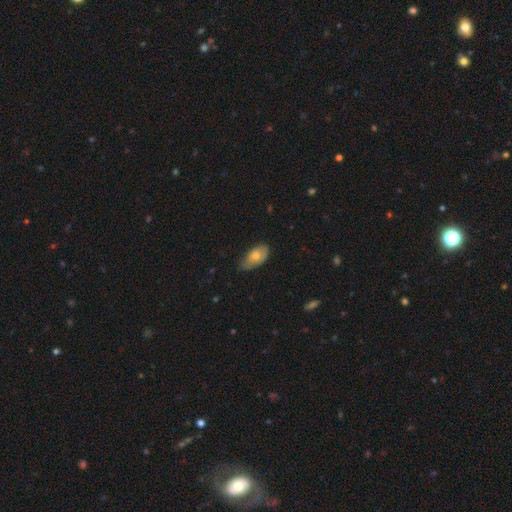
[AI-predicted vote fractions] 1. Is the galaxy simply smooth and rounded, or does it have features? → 65% smooth, 28% featured or disk, 7% star or artifact.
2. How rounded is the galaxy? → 91% in between, 5% round, 4% cigar-shaped.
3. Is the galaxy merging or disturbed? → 54% none, 38% minor disturbance, 7% major disturbance, 1% merger.